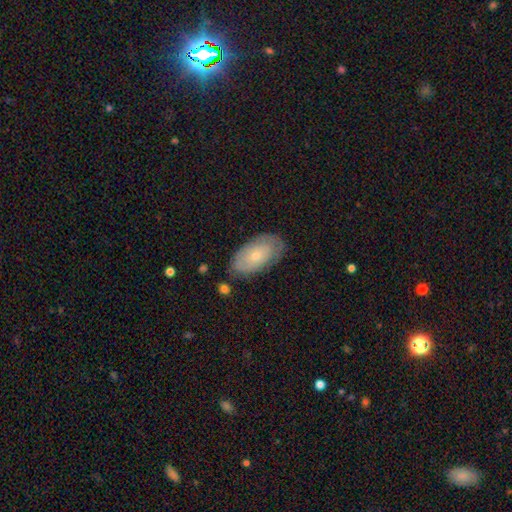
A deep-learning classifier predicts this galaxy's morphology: This is possibly a smooth galaxy (51%). How rounded: clearly in between (93%). Merging: likely none (73%).